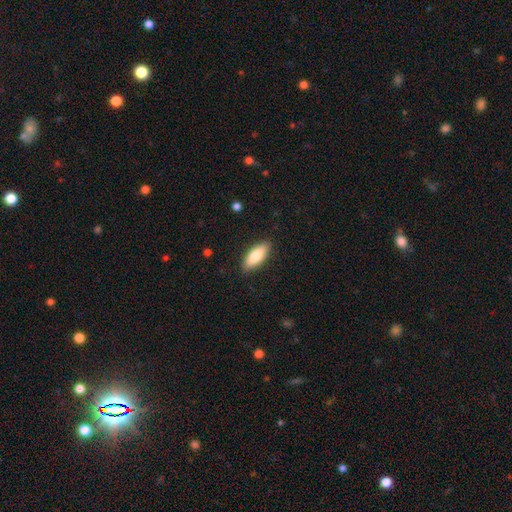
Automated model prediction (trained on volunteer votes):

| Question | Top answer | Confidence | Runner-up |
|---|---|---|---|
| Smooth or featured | smooth | 83% | featured or disk (12%) |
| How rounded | in between | 77% | cigar-shaped (22%) |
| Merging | none | 87% | minor disturbance (10%) |